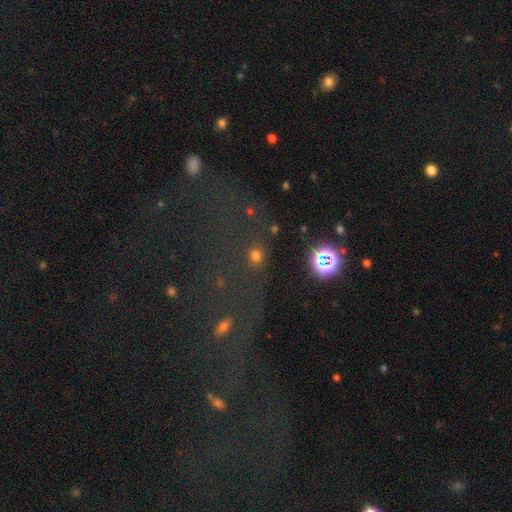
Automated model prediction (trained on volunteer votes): A smooth galaxy with no disk features (63%) that is round (72%). Merging: none (74%).